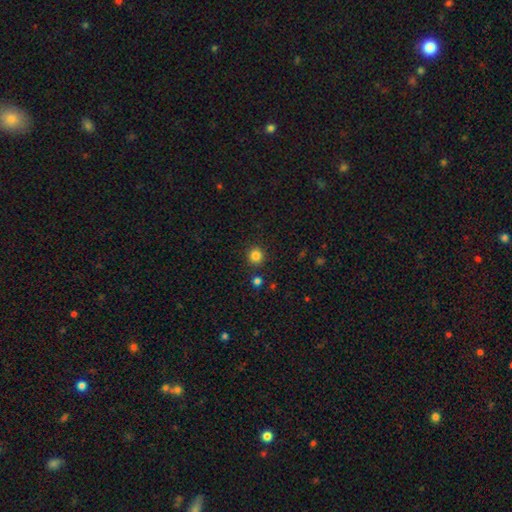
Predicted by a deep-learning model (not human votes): Smooth or featured? Predicted: smooth (p=0.83). How rounded? Predicted: round (p=0.94). Merging? Predicted: none (p=0.89).